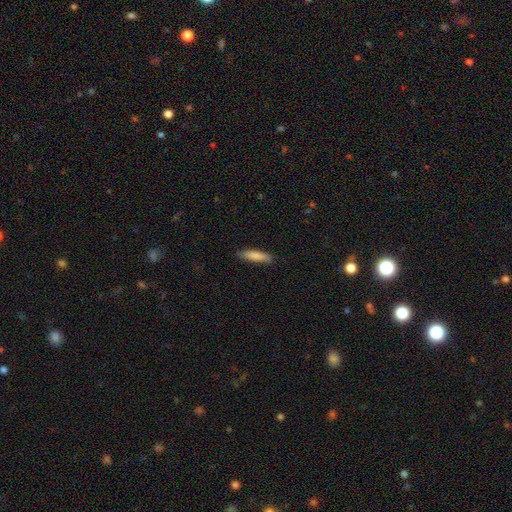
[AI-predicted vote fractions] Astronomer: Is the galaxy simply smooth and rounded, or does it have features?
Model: smooth — 82%.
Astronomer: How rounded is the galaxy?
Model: cigar-shaped — 80%.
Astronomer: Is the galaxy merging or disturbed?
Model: none — 85%.